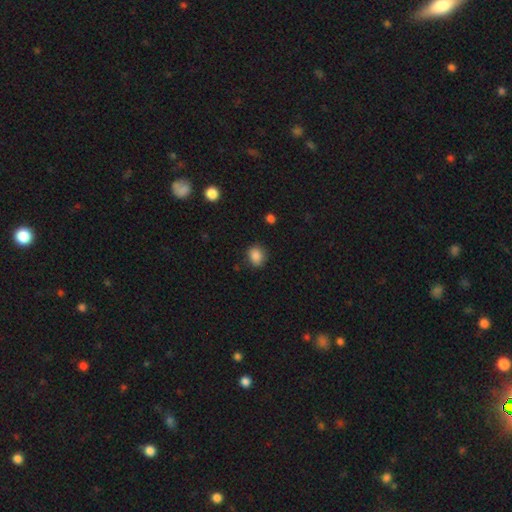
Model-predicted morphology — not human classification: A smooth galaxy with no disk features (87%) that is round (58%).

Vote fractions:
- Smooth or featured? smooth: 87% / star or artifact: 10% / featured or disk: 4%
- How rounded? round: 58% / in between: 41% / cigar-shaped: 1%
- Merging? none: 84% / minor disturbance: 11% / major disturbance: 3% / merger: 1%